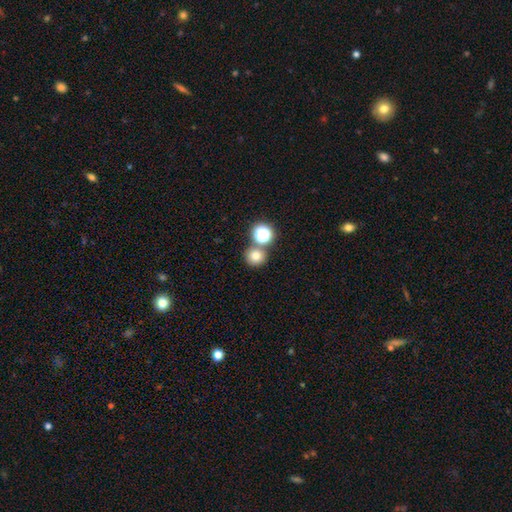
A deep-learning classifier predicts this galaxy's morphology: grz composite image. It shows a smooth galaxy with no disk features (75%) that is round (89%). Merging: none (70%).